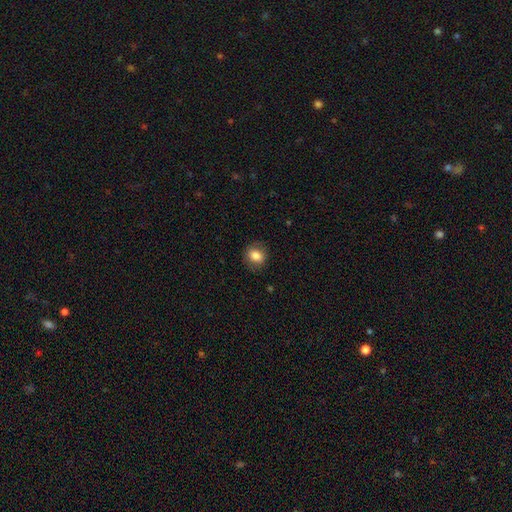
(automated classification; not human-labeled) Q: Smooth or featured?
A: smooth (81%); runner-up: featured or disk (10%)
Q: How rounded?
A: round (65%); runner-up: in between (34%)
Q: Merging?
A: none (83%); runner-up: minor disturbance (12%)